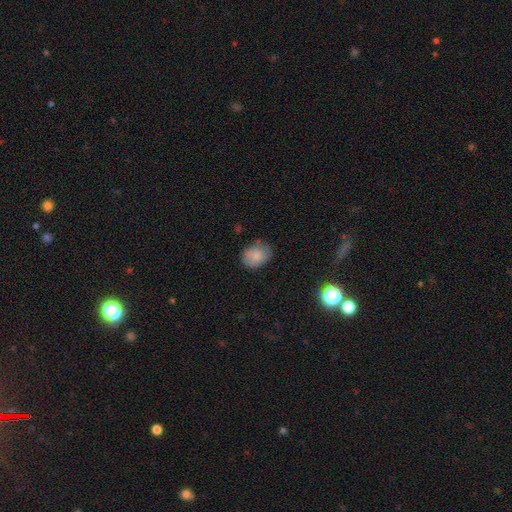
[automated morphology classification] This is clearly a smooth galaxy (83%). How rounded: possibly in between (54%). Merging: likely none (72%).